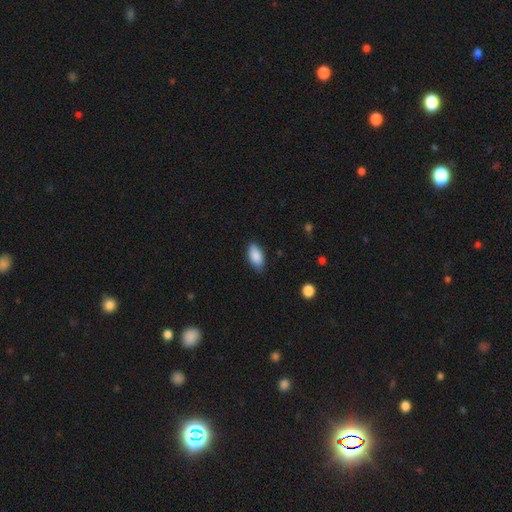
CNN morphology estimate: smooth_or_featured: smooth (p=0.88) [alt: star or artifact p=0.07]
how_rounded: in between (p=0.92) [alt: cigar-shaped p=0.05]
merging: none (p=0.83) [alt: minor disturbance p=0.14]